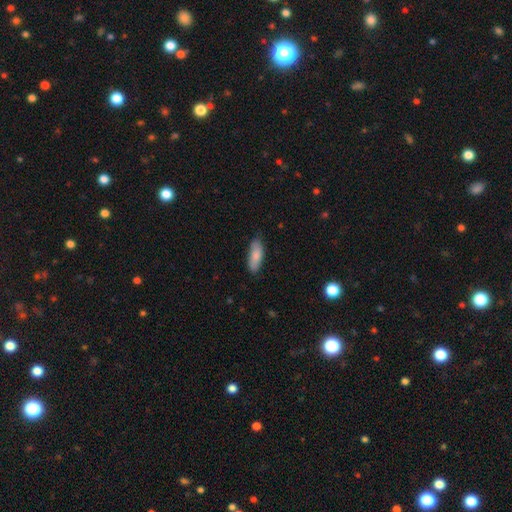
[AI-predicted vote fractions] This appears to be a smooth galaxy with no disk features (85%) that is in between round and cigar-shaped (70%). Merging: none (79%).